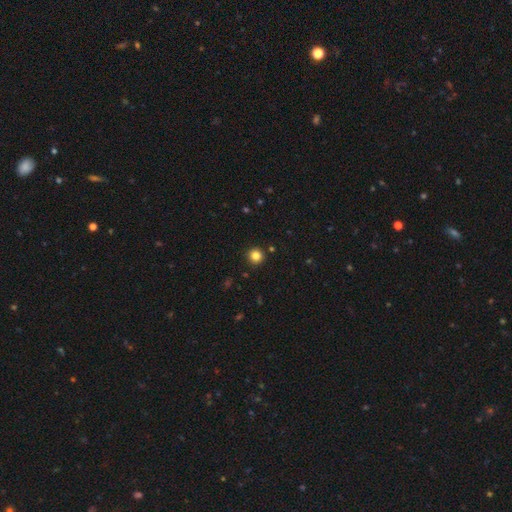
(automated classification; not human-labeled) smooth 84%, star or artifact 12%, featured or disk 5%. Down the decision tree: how rounded — round (95%); merging — none (92%).